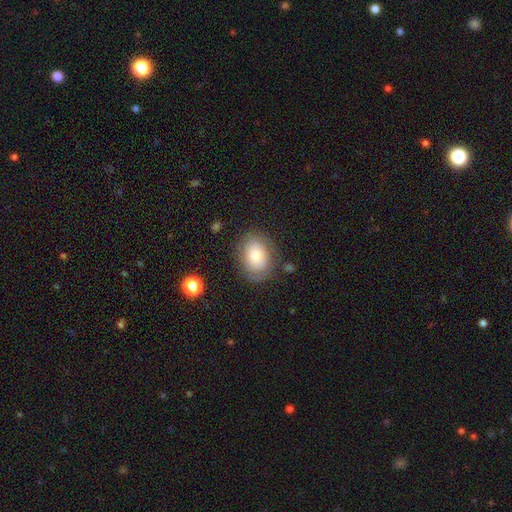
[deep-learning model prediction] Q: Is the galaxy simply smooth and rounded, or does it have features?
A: smooth — 70%.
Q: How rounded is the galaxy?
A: in between — 72%.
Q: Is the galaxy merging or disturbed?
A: none — 75%.